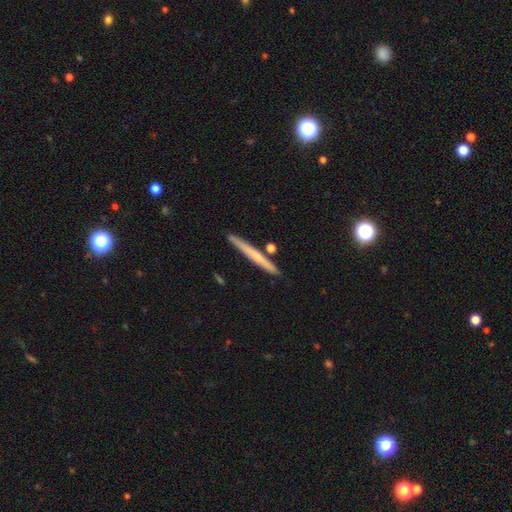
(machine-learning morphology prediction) smooth 53%, featured or disk 41%, star or artifact 6%. Down the decision tree: how rounded — cigar-shaped (96%); merging — none (86%).